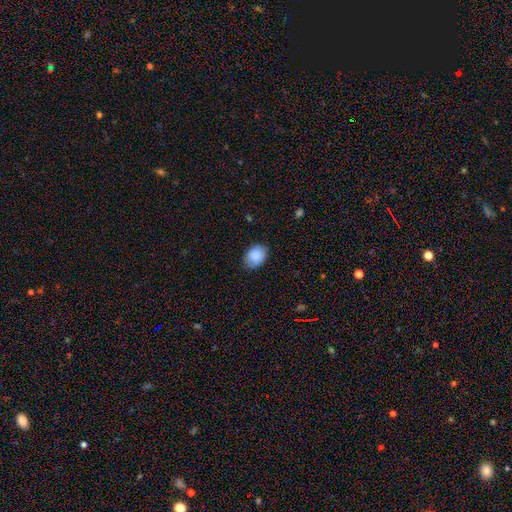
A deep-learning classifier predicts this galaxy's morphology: type=smooth (87%); roundness=in between (69%); merging=none (79%).